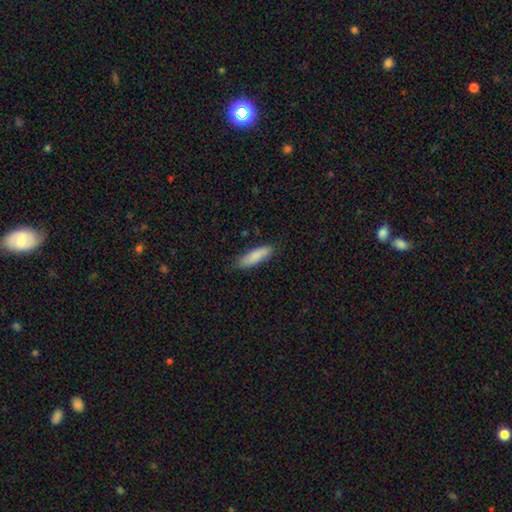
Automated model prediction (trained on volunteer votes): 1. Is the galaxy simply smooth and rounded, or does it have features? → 87% smooth, 8% featured or disk, 6% star or artifact.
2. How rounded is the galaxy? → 59% cigar-shaped, 39% in between, 1% round.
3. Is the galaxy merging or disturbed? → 80% none, 16% minor disturbance, 3% major disturbance, 1% merger.